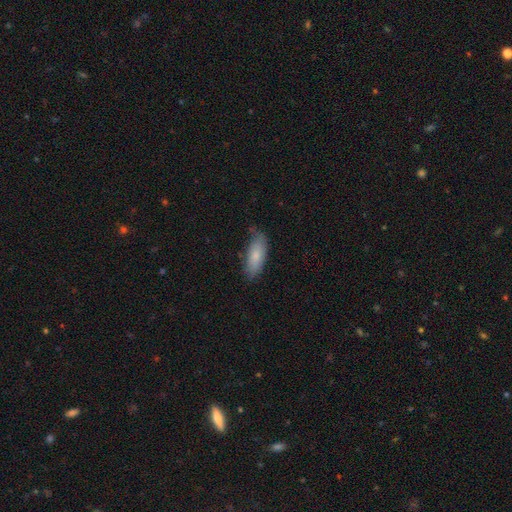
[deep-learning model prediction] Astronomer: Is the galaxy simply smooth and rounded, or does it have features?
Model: smooth — 79%.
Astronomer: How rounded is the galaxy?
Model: in between — 70%.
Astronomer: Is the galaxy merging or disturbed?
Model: none — 69%.